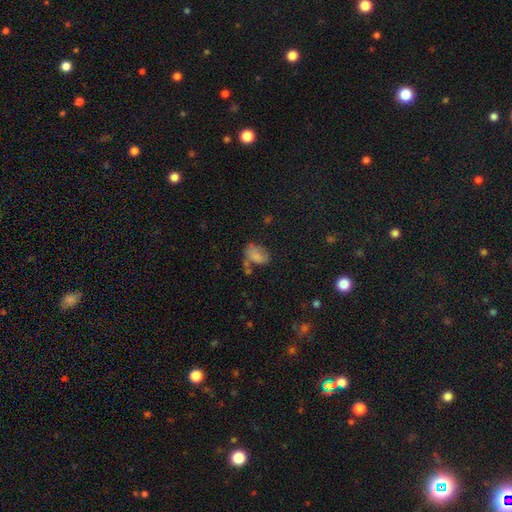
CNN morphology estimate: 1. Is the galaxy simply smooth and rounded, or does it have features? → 76% smooth, 12% featured or disk, 12% star or artifact.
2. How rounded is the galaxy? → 87% in between, 12% round, 2% cigar-shaped.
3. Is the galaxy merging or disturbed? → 42% none, 25% minor disturbance, 18% merger, 15% major disturbance.